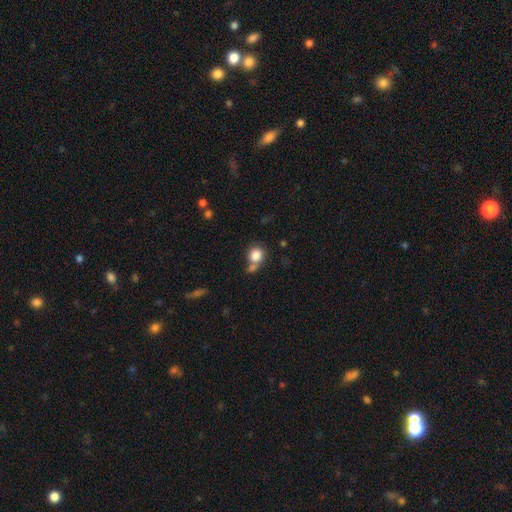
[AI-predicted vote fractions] smooth-or-featured: smooth: 83% | star or artifact: 10% | featured or disk: 7%
  how-rounded: round: 82% | in between: 17% | cigar-shaped: 1%
  merging: none: 50% | merger: 33% | minor disturbance: 11% | major disturbance: 5%